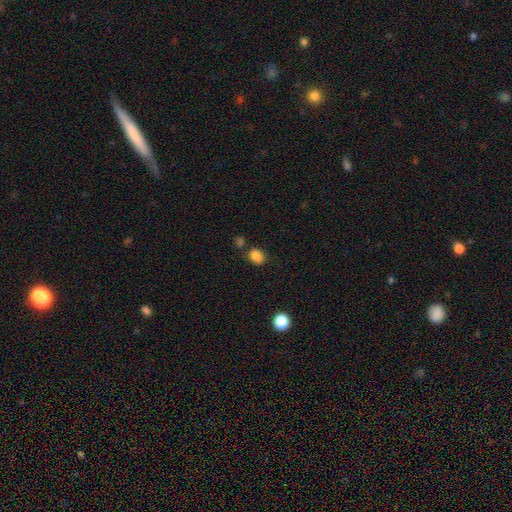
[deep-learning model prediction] This appears to be a smooth galaxy with no disk features (82%) that is in between round and cigar-shaped (61%). Merging: none (64%).